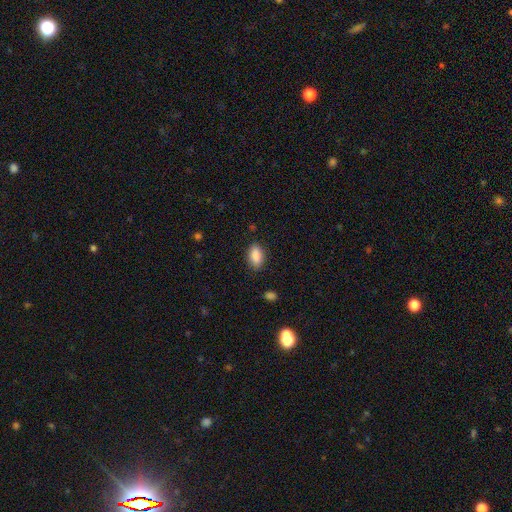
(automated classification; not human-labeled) Smooth or featured? smooth (89%)
How rounded? in between (92%)
Merging? none (85%)